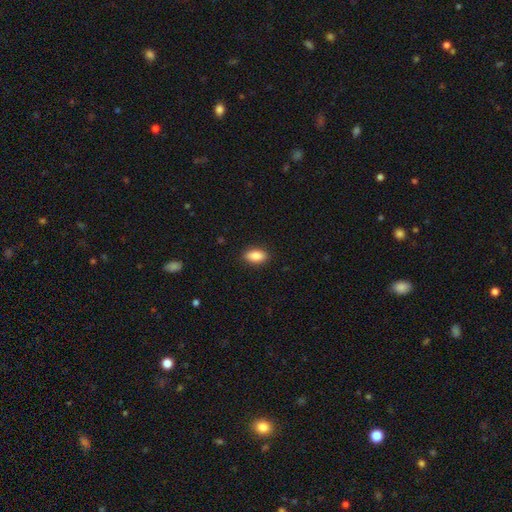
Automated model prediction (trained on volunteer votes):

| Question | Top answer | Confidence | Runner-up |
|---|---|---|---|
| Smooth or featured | smooth | 86% | star or artifact (7%) |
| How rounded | in between | 90% | cigar-shaped (5%) |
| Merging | none | 89% | minor disturbance (8%) |